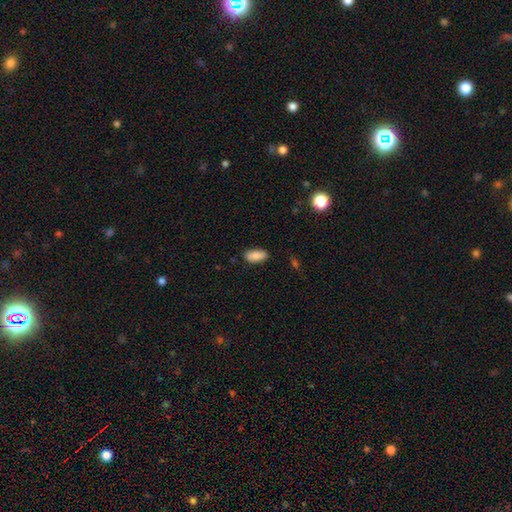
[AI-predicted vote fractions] The model was most divided on "merging": none: 86%, minor disturbance: 11%, major disturbance: 2%, merger: 1%. More confident: how rounded — in between (88%); smooth or featured — smooth (87%).